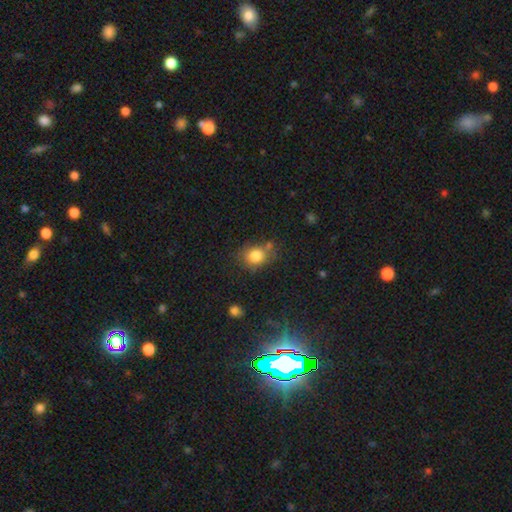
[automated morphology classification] smooth-or-featured: smooth: 82% | star or artifact: 10% | featured or disk: 8%
  how-rounded: round: 62% | in between: 37% | cigar-shaped: 1%
  merging: none: 64% | minor disturbance: 20% | merger: 10% | major disturbance: 6%